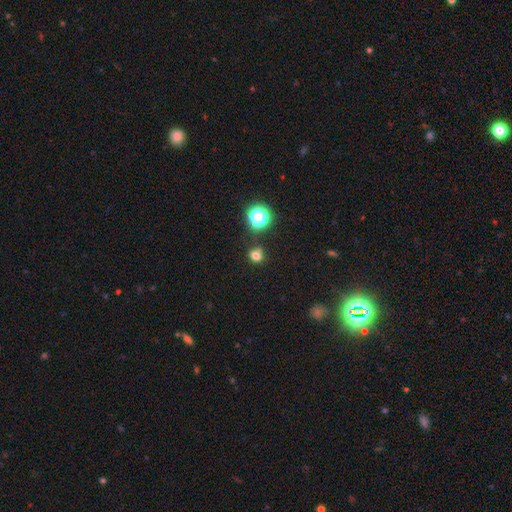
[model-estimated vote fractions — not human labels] This appears to be a smooth galaxy with no disk features (69%) that is round (64%). Merging: none (62%).